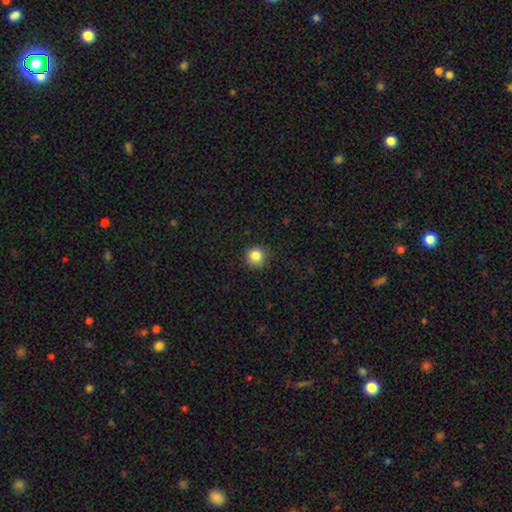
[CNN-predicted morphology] Smooth or featured? Predicted: smooth (p=0.85). How rounded? Predicted: round (p=0.94). Merging? Predicted: none (p=0.89).